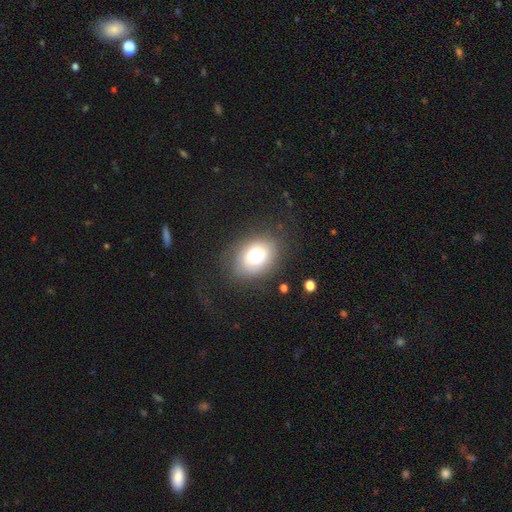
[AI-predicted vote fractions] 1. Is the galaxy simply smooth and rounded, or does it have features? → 60% smooth, 30% featured or disk, 10% star or artifact.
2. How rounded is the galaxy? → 67% in between, 32% round, 1% cigar-shaped.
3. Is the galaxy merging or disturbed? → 73% none, 17% minor disturbance, 8% major disturbance, 2% merger.